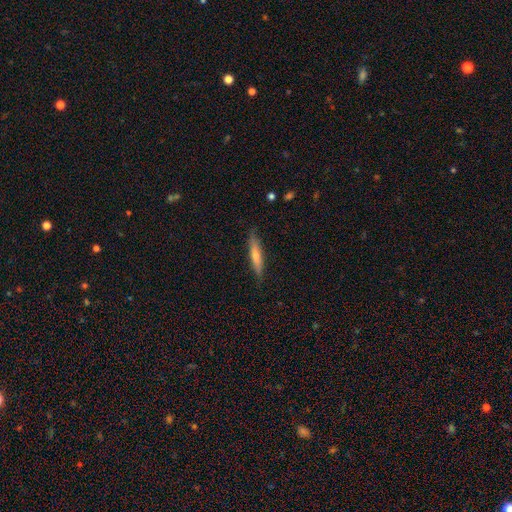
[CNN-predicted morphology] Smooth or featured? Predicted: smooth (p=0.51). How rounded? Predicted: cigar-shaped (p=0.90). Merging? Predicted: none (p=0.87).